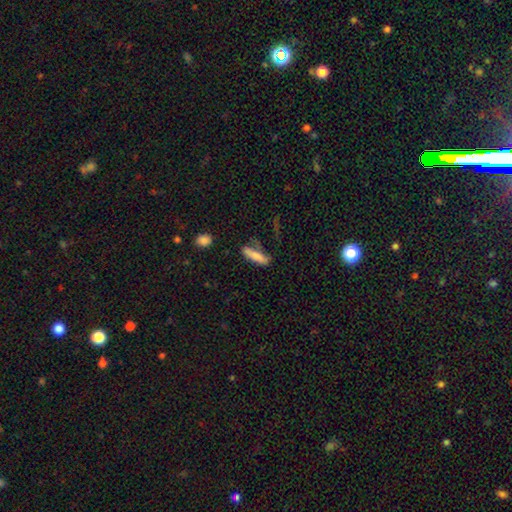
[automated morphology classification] This is likely a smooth galaxy (79%). How rounded: likely cigar-shaped (61%). Merging: possibly none (59%).